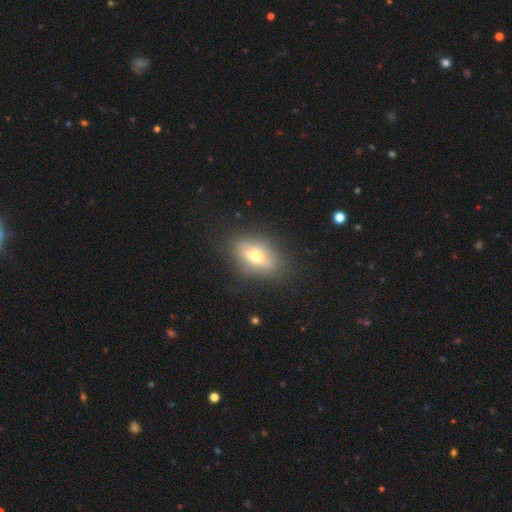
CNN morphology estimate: Smooth or featured: featured or disk — 53% (smooth — 37%)
Edge-on disk: yes — 66% (no — 34%)
Merging: none — 82% (minor disturbance — 12%)